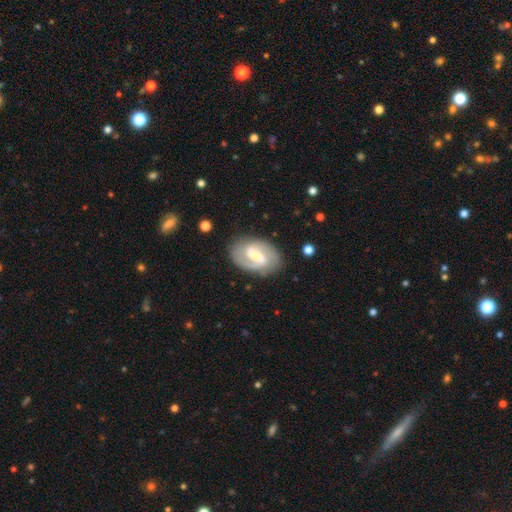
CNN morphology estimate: smooth-or-featured: featured or disk: 84% | smooth: 11% | star or artifact: 5%
  disk-edge-on: no: 97% | yes: 3%
    bar: weak: 50% | strong: 37% | no: 13%
    has-spiral-arms: yes: 94% | no: 6%
      spiral-winding: medium: 49% | loose: 29% | tight: 22%
      spiral-arm-count: 2: 89% | can't tell: 5% | 1: 3% | 3: 1% | 4: 1% | more than 4: 1%
    bulge-size: small: 48% | moderate: 40% | none: 6% | large: 5% | dominant: 1%
  merging: none: 81% | minor disturbance: 13% | major disturbance: 5% | merger: 1%